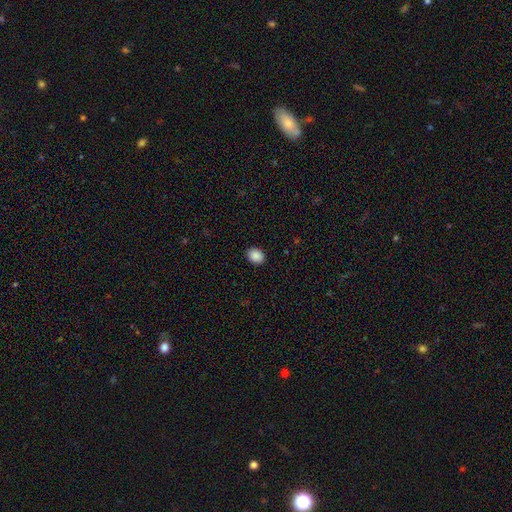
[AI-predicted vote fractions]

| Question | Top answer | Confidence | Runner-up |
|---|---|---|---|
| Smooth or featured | smooth | 89% | star or artifact (8%) |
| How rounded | in between | 65% | round (34%) |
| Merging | none | 90% | minor disturbance (7%) |